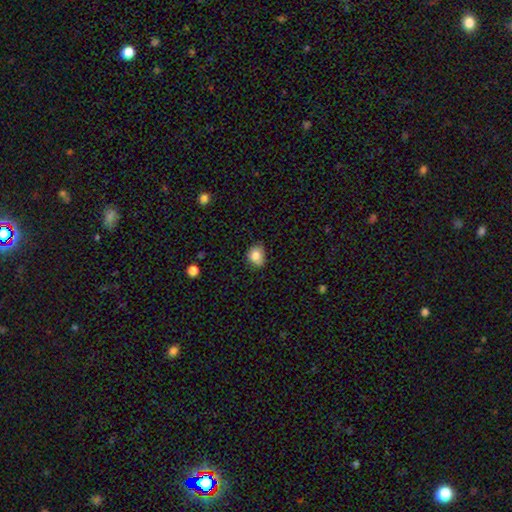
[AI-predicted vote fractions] A smooth galaxy with no disk features (80%) that is round (63%).

Vote fractions:
- Smooth or featured? smooth: 80% / star or artifact: 10% / featured or disk: 9%
- How rounded? round: 63% / in between: 36% / cigar-shaped: 1%
- Merging? none: 64% / minor disturbance: 28% / major disturbance: 5% / merger: 3%